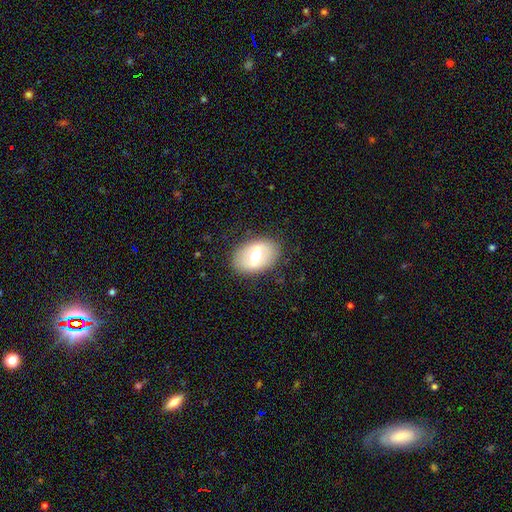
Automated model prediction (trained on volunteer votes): This is possibly a featured or disk galaxy (49%). Merging: clearly none (84%).